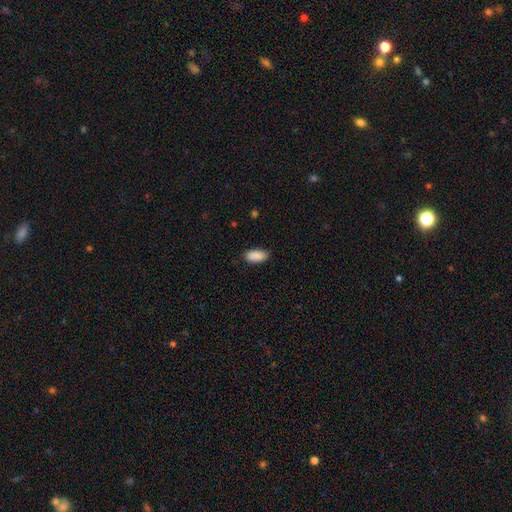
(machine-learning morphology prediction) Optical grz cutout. It shows a smooth galaxy with no disk features (90%) that is in between round and cigar-shaped (92%). Merging: none (80%).